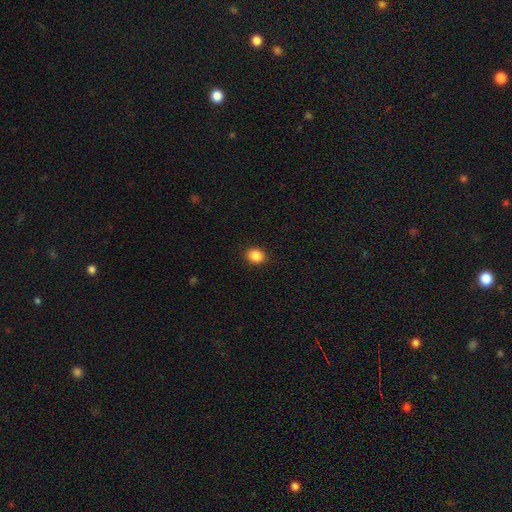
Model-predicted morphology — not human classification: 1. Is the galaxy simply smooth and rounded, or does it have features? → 87% smooth, 10% star or artifact, 4% featured or disk.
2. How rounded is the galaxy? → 65% round, 35% in between, 1% cigar-shaped.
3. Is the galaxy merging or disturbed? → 91% none, 7% minor disturbance, 2% major disturbance, 1% merger.